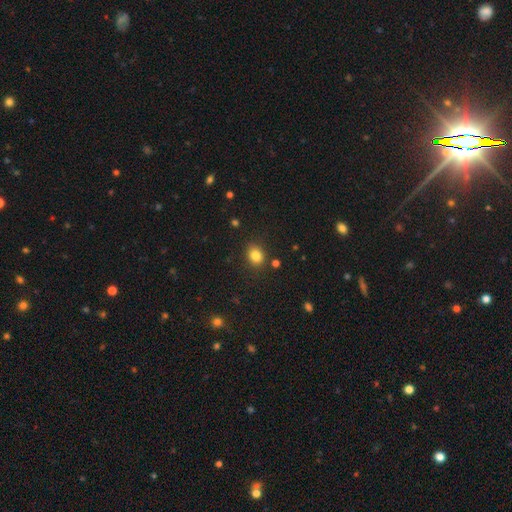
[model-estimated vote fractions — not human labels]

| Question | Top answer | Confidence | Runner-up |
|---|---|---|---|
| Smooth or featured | smooth | 83% | star or artifact (11%) |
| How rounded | in between | 51% | round (48%) |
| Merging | none | 84% | minor disturbance (10%) |